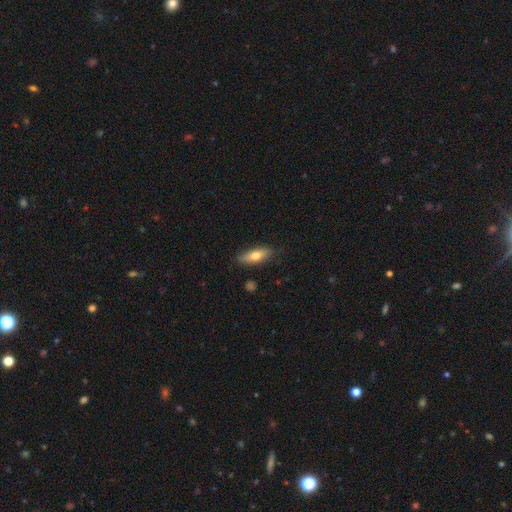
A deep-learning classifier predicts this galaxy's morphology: A smooth galaxy with no disk features (68%) that is in between round and cigar-shaped (60%). Merging: none (83%).